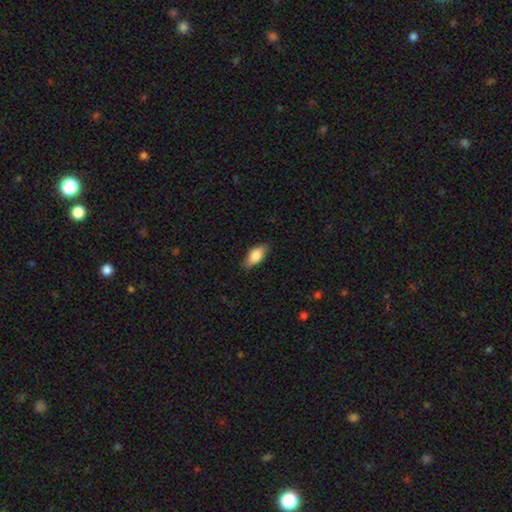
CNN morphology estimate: smooth 80%, featured or disk 14%, star or artifact 7%. Down the decision tree: how rounded — in between (86%); merging — none (83%).